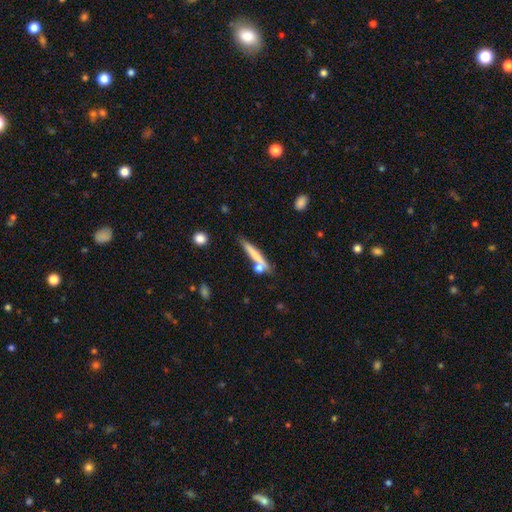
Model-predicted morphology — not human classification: Smooth or featured? smooth (66%)
How rounded? cigar-shaped (90%)
Merging? none (62%)